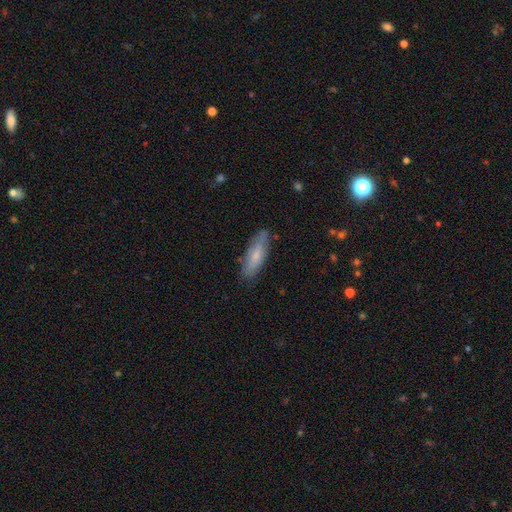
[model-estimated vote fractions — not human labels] This appears to be a smooth galaxy with no disk features (64%) that is cigar-shaped (53%). Merging: none (78%).